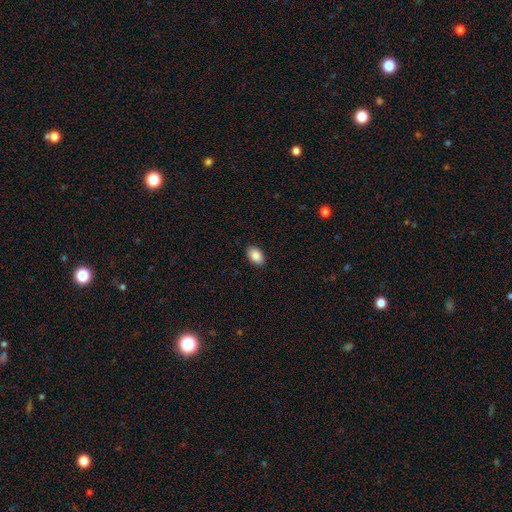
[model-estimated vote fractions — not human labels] Smooth or featured? smooth (88%)
How rounded? in between (90%)
Merging? none (90%)